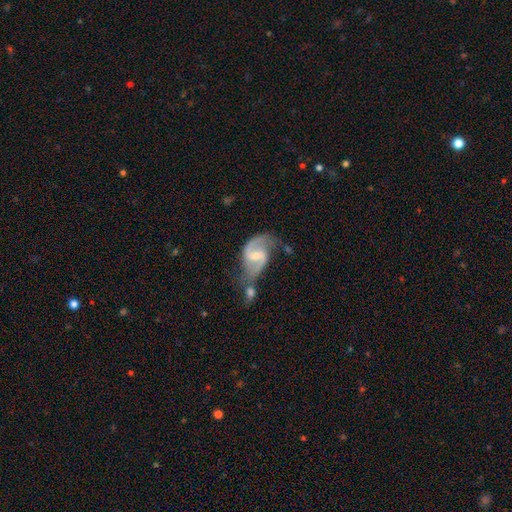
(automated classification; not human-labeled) Morphology: type=featured or disk (88%); edge-on=no (98%); bar=weak (56%); spiral arms=yes (96%); winding=medium (48%); arm count=2 (91%); bulge=small (54%); merging=none (40%).